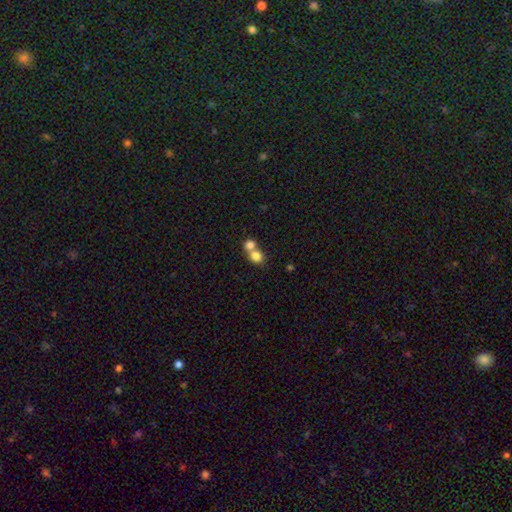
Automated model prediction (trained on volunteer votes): Smooth or featured: smooth — 81% (star or artifact — 10%)
How rounded: round — 71% (in between — 28%)
Merging: merger — 58% (none — 35%)